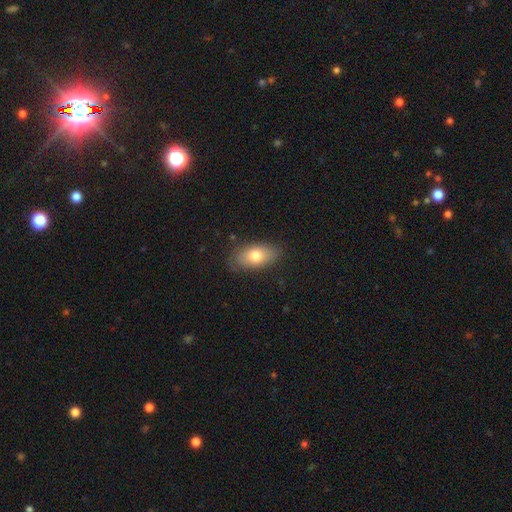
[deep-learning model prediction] This appears to be a smooth galaxy with no disk features (76%) that is in between round and cigar-shaped (89%). Merging: none (82%).